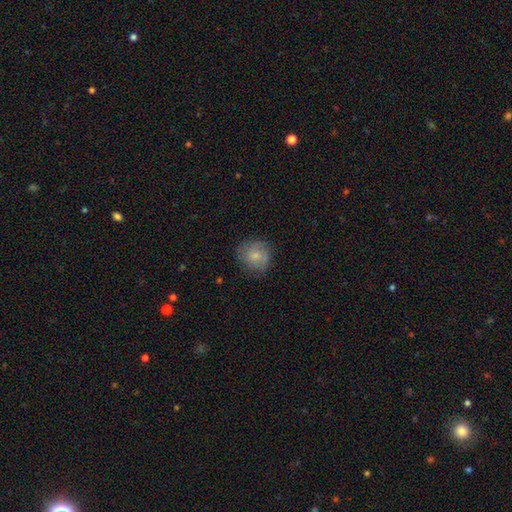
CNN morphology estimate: A smooth galaxy with no disk features (70%) that is round (87%).

Vote fractions:
- Smooth or featured? smooth: 70% / featured or disk: 22% / star or artifact: 8%
- How rounded? round: 87% / in between: 12% / cigar-shaped: 1%
- Merging? none: 75% / minor disturbance: 18% / major disturbance: 6% / merger: 1%